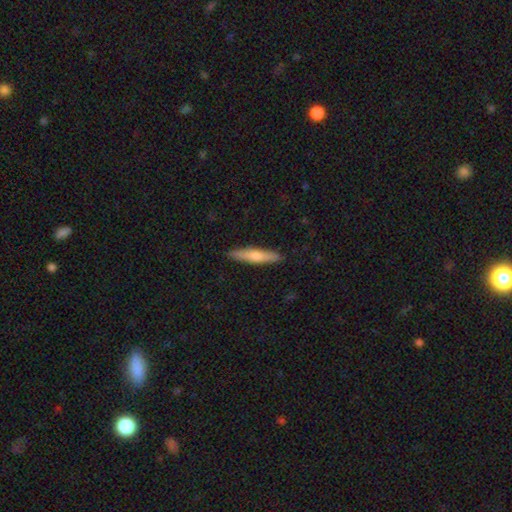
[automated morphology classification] Smooth or featured? Predicted: smooth (p=0.49). Merging? Predicted: none (p=0.91).